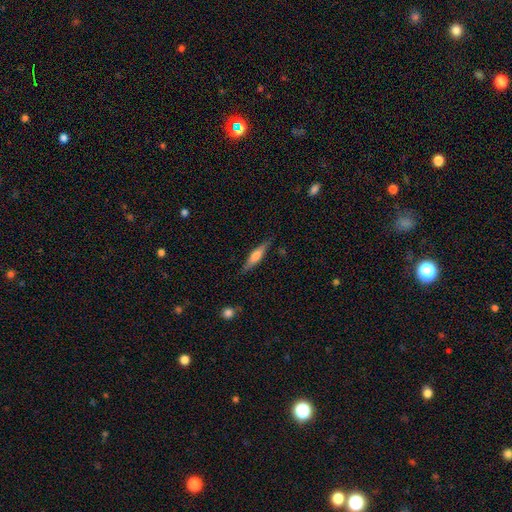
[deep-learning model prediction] smooth_or_featured: featured or disk (p=0.47) [tied with: smooth p=0.47]
merging: none (p=0.83) [alt: minor disturbance p=0.13]